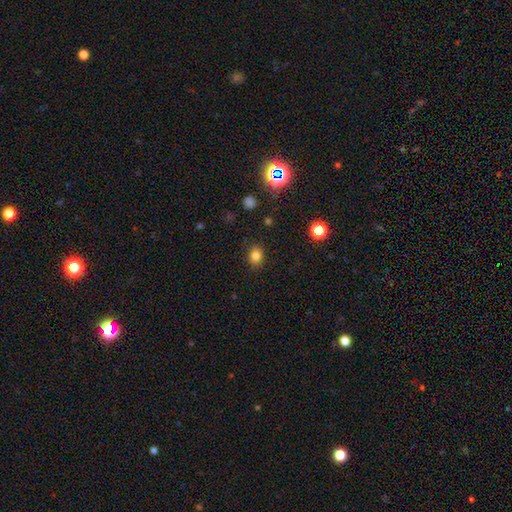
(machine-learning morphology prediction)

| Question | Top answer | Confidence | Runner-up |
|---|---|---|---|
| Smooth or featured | smooth | 81% | star or artifact (14%) |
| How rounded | round | 54% | in between (45%) |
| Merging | none | 87% | minor disturbance (9%) |